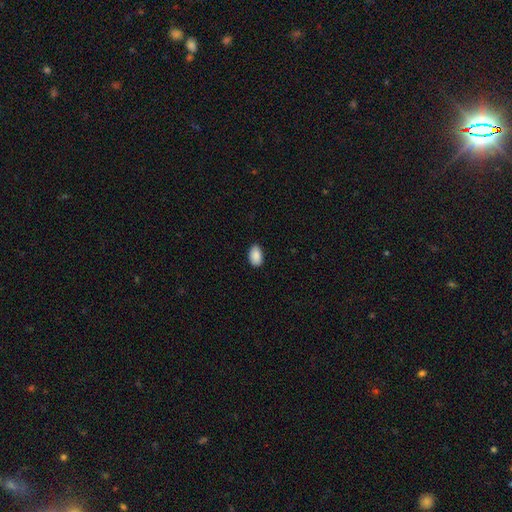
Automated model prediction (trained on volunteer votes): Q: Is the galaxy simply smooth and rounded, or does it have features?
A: smooth — 90%.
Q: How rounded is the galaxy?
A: in between — 92%.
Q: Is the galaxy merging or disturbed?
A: none — 85%.